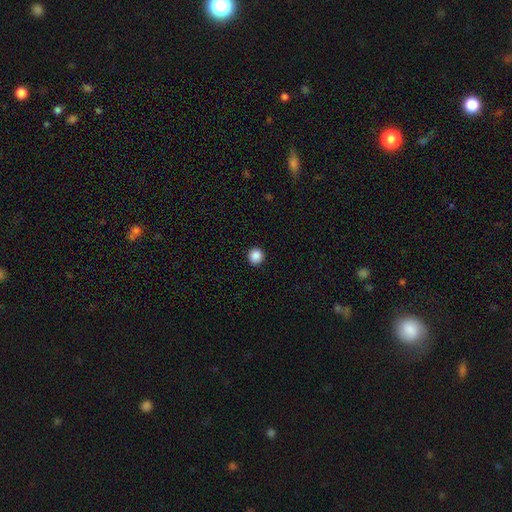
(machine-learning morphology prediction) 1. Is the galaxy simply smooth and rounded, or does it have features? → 88% smooth, 10% star or artifact, 2% featured or disk.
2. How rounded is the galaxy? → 95% round, 4% in between, 1% cigar-shaped.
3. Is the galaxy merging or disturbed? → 93% none, 4% minor disturbance, 2% major disturbance, 1% merger.